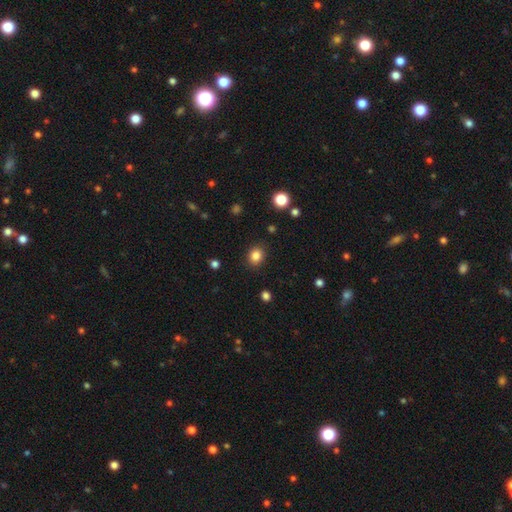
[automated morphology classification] Smooth or featured? Predicted: smooth (p=0.84). How rounded? Predicted: round (p=0.68). Merging? Predicted: none (p=0.88).